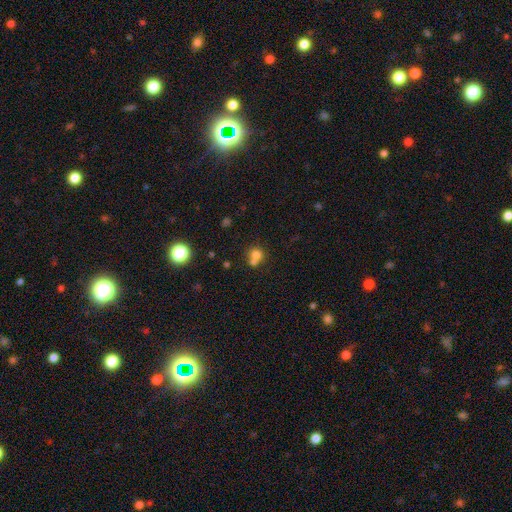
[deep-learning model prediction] A smooth galaxy with no disk features (73%) that is round (85%).

Vote fractions:
- Smooth or featured? smooth: 73% / star or artifact: 15% / featured or disk: 12%
- How rounded? round: 85% / in between: 14% / cigar-shaped: 1%
- Merging? merger: 48% / none: 42% / minor disturbance: 7% / major disturbance: 3%